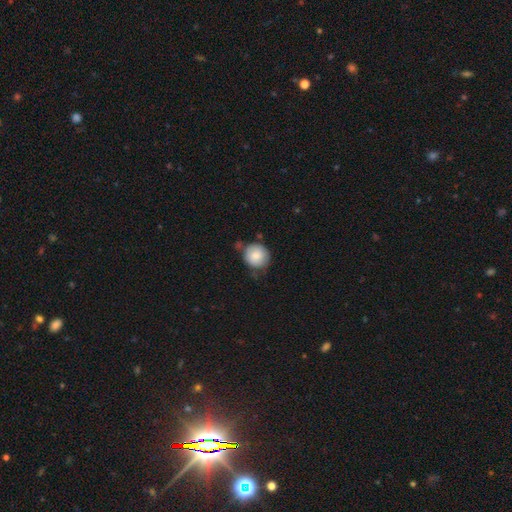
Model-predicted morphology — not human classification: This is clearly a smooth galaxy (83%). How rounded: clearly round (89%). Merging: likely none (62%).